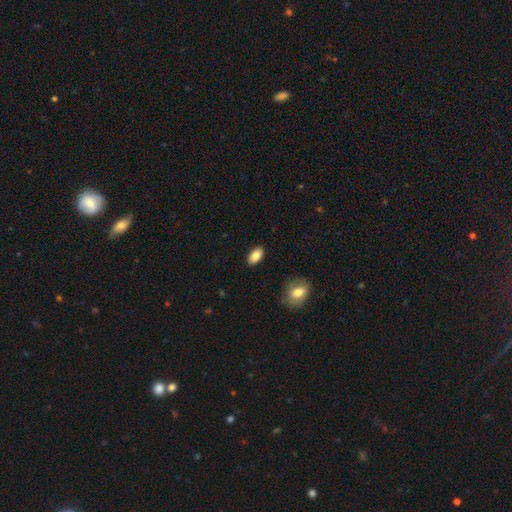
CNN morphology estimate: This appears to be a smooth galaxy with no disk features (86%) that is in between round and cigar-shaped (92%). Merging: none (89%).